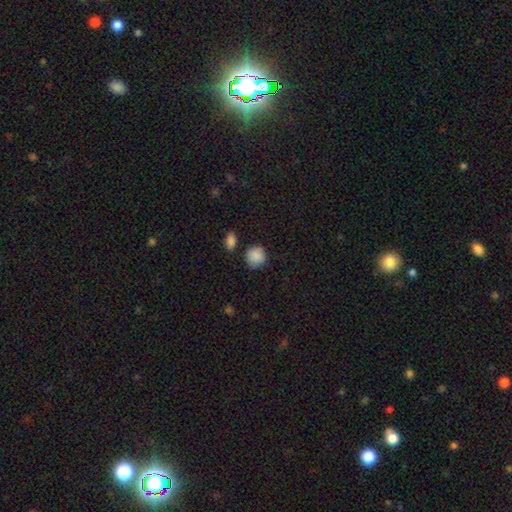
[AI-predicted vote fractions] smooth-or-featured: smooth: 88% | star or artifact: 8% | featured or disk: 4%
  how-rounded: round: 86% | in between: 13% | cigar-shaped: 1%
  merging: none: 78% | minor disturbance: 15% | merger: 4% | major disturbance: 3%